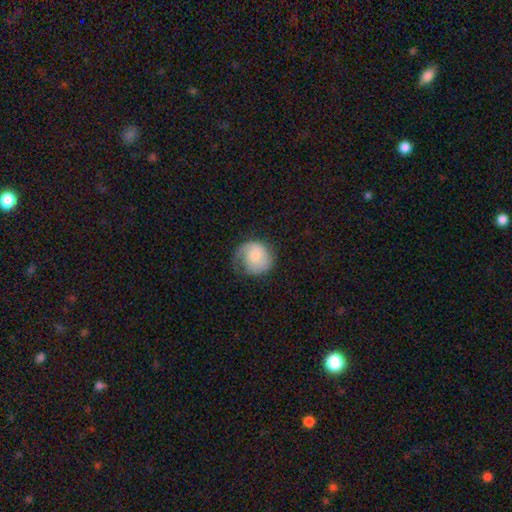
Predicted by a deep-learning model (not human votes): Smooth or featured?
  - smooth: 55% *
  - featured or disk: 38%
  - star or artifact: 7%
How rounded?
  - round: 82% *
  - in between: 17%
  - cigar-shaped: 1%
Merging?
  - none: 52% *
  - minor disturbance: 29%
  - major disturbance: 18%
  - merger: 1%